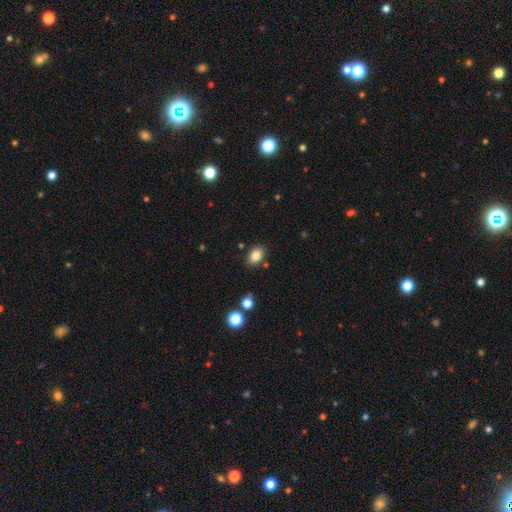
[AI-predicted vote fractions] The model was most divided on "how rounded": in between: 79%, round: 20%, cigar-shaped: 1%. More confident: smooth or featured — smooth (84%); merging — none (84%).